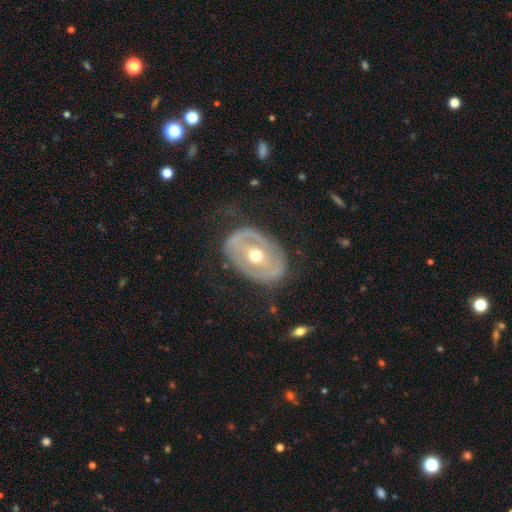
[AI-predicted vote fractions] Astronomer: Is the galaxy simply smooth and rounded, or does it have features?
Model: featured or disk — 72%.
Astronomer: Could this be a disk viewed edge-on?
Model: no — 93%.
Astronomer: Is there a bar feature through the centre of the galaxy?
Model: no — 48% (runner-up: weak, 28%).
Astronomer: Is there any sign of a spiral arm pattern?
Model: no — 66%.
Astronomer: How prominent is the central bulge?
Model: moderate — 74%.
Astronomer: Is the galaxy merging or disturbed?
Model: none — 71%.